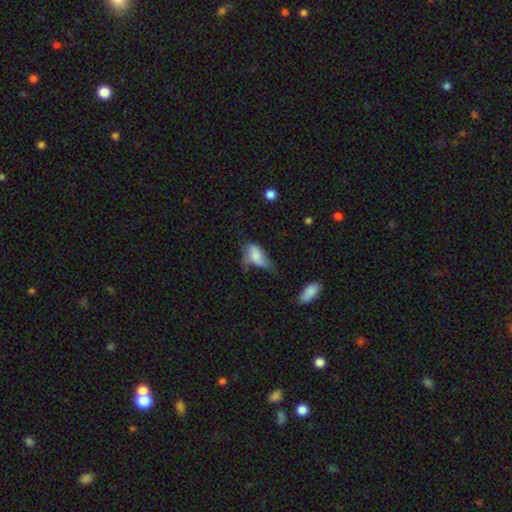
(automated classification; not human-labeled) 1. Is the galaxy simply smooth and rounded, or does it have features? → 70% smooth, 22% featured or disk, 9% star or artifact.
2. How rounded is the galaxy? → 87% in between, 9% cigar-shaped, 4% round.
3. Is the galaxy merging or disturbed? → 38% minor disturbance, 29% major disturbance, 26% none, 8% merger.